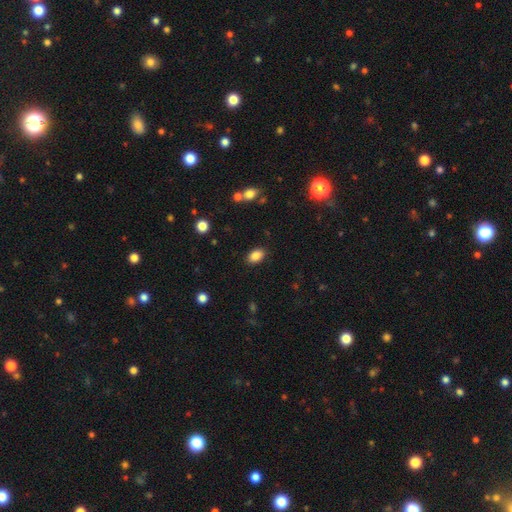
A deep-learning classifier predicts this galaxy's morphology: Smooth or featured?
  - smooth: 86% *
  - star or artifact: 9%
  - featured or disk: 5%
How rounded?
  - in between: 88% *
  - round: 11%
  - cigar-shaped: 1%
Merging?
  - none: 88% *
  - minor disturbance: 9%
  - major disturbance: 2%
  - merger: 1%